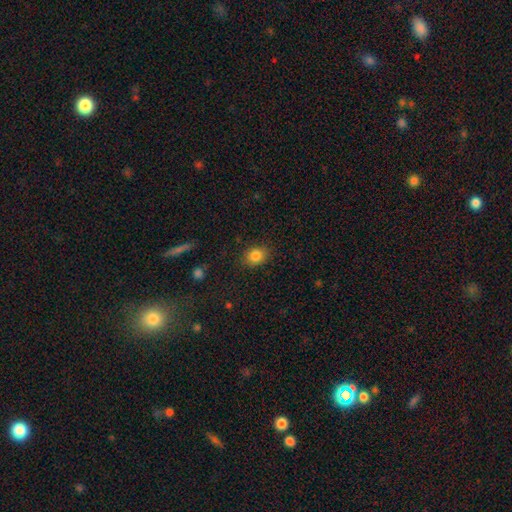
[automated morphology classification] type=smooth (84%); roundness=round (54%); merging=none (86%).